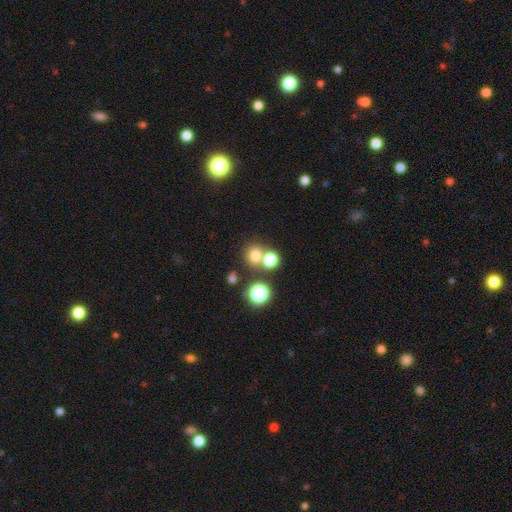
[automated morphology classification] type=smooth (71%); roundness=round (86%); merging=none (57%).